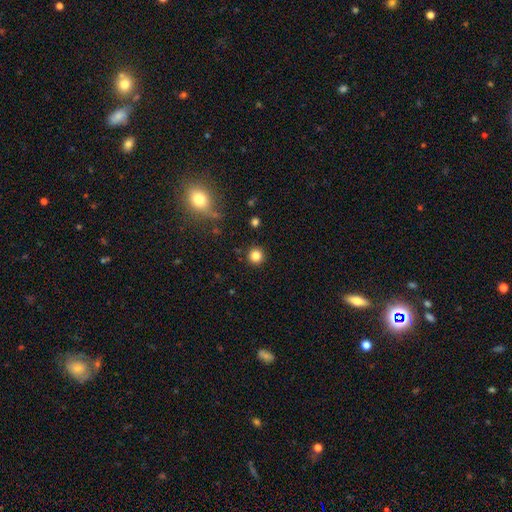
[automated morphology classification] Q: Smooth or featured?
A: smooth (83%); runner-up: star or artifact (12%)
Q: How rounded?
A: round (95%); runner-up: in between (4%)
Q: Merging?
A: none (91%); runner-up: minor disturbance (5%)